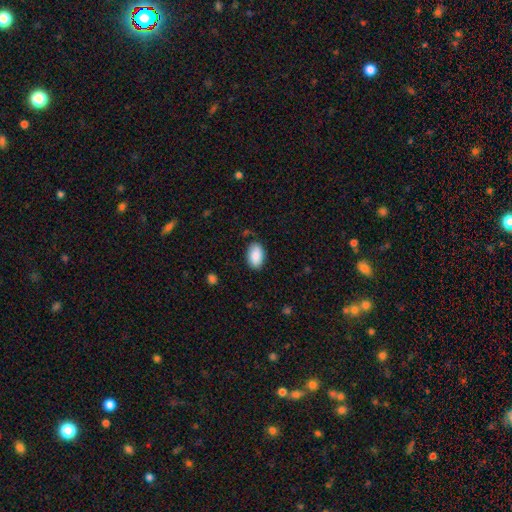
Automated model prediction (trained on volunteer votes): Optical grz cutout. It shows a smooth galaxy with no disk features (89%) that is in between round and cigar-shaped (92%). Merging: none (84%).